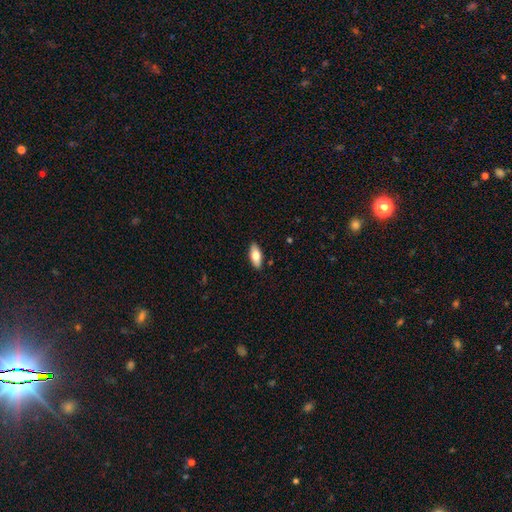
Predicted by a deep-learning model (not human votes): Smooth or featured? smooth (78%)
How rounded? in between (85%)
Merging? none (88%)